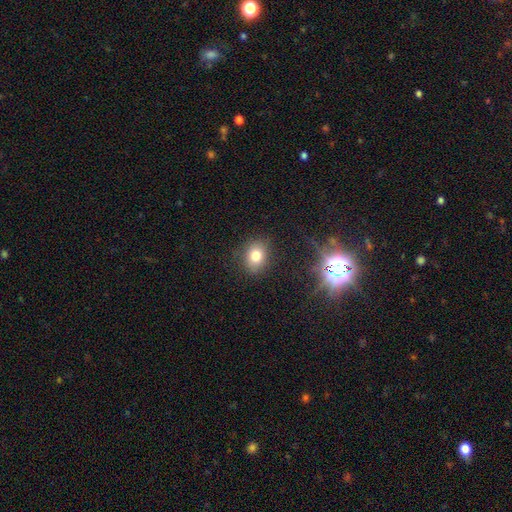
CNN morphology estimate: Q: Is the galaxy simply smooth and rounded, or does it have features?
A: smooth — 76%.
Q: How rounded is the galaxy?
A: in between — 53%.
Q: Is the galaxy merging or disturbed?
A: none — 84%.